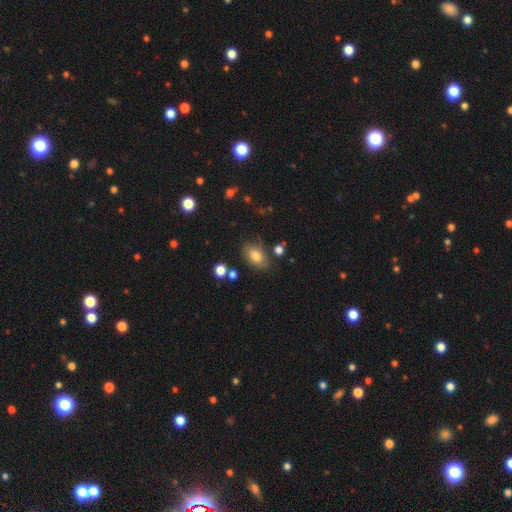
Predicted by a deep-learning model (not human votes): Q: Smooth or featured?
A: smooth (76%); runner-up: featured or disk (14%)
Q: How rounded?
A: in between (86%); runner-up: round (12%)
Q: Merging?
A: none (69%); runner-up: minor disturbance (20%)